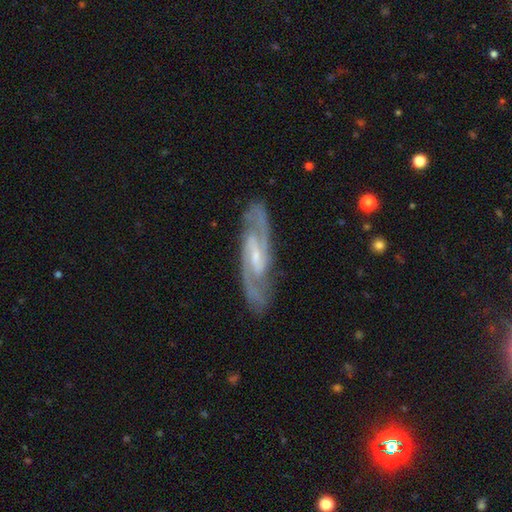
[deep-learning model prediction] Morphology: type=featured or disk (90%); edge-on=no (90%); bar=weak (46%); spiral arms=yes (98%); winding=medium (56%); arm count=2 (90%); bulge=small (64%); merging=none (84%).